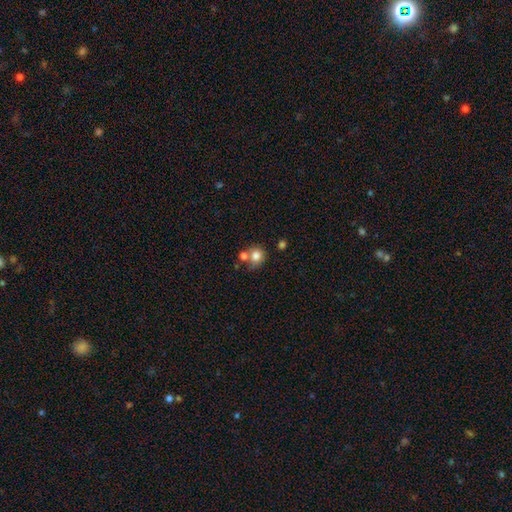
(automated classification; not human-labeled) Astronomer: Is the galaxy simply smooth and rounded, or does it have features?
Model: smooth — 79%.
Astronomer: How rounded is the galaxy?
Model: round — 76%.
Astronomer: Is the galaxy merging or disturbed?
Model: none — 48% (runner-up: merger, 36%).